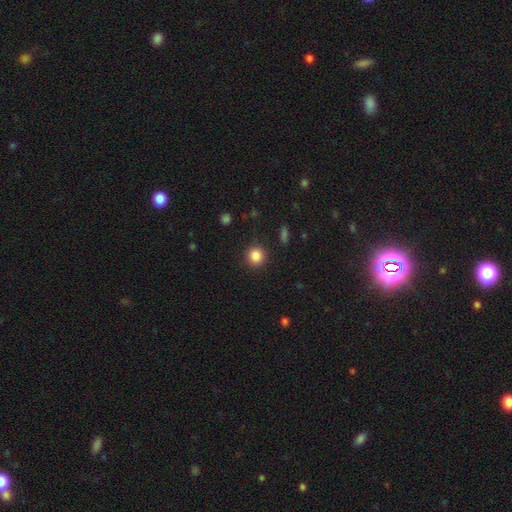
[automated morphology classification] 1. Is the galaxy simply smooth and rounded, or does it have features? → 85% smooth, 11% star or artifact, 4% featured or disk.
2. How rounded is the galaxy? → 91% round, 8% in between, 1% cigar-shaped.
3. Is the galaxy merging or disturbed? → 90% none, 6% minor disturbance, 3% major disturbance, 1% merger.